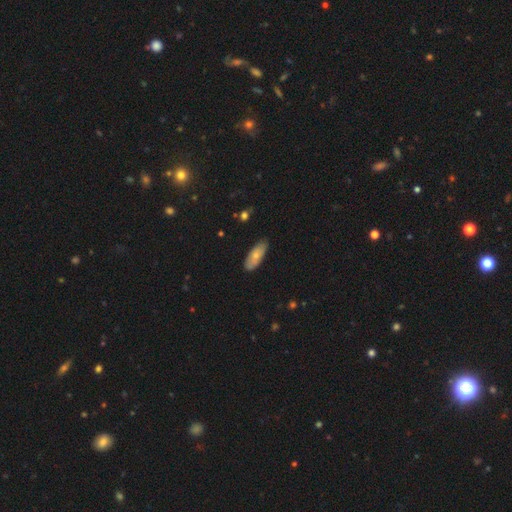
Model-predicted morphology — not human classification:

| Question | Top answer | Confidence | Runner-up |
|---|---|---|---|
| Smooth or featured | smooth | 68% | featured or disk (26%) |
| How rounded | in between | 75% | cigar-shaped (23%) |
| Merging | none | 77% | minor disturbance (19%) |